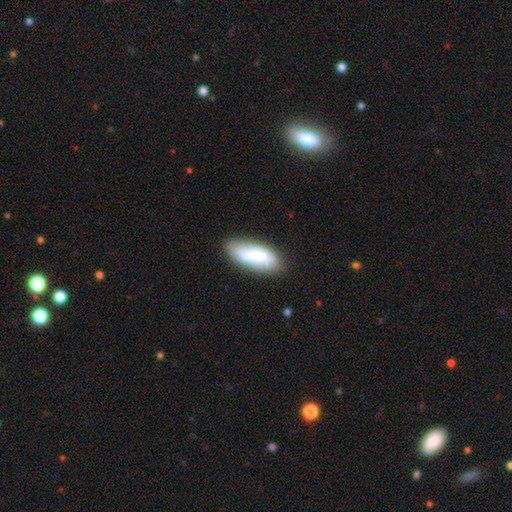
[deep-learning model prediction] Smooth or featured?
  - smooth: 75% *
  - featured or disk: 18%
  - star or artifact: 6%
How rounded?
  - in between: 80% *
  - cigar-shaped: 18%
  - round: 2%
Merging?
  - none: 76% *
  - minor disturbance: 18%
  - major disturbance: 4%
  - merger: 2%